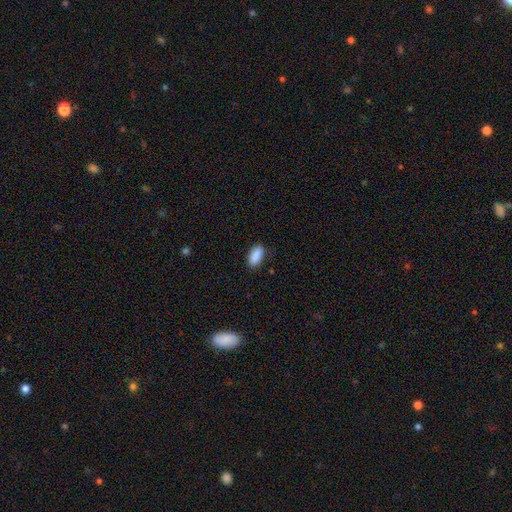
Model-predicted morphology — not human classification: A smooth galaxy with no disk features (89%) that is in between round and cigar-shaped (90%).

Vote fractions:
- Smooth or featured? smooth: 89% / star or artifact: 7% / featured or disk: 3%
- How rounded? in between: 90% / cigar-shaped: 6% / round: 3%
- Merging? none: 83% / minor disturbance: 13% / major disturbance: 3% / merger: 1%